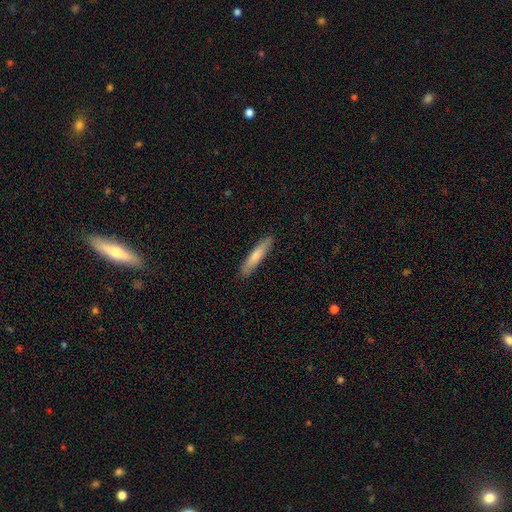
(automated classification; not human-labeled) Smooth or featured? Predicted: smooth (p=0.72). How rounded? Predicted: cigar-shaped (p=0.89). Merging? Predicted: none (p=0.89).